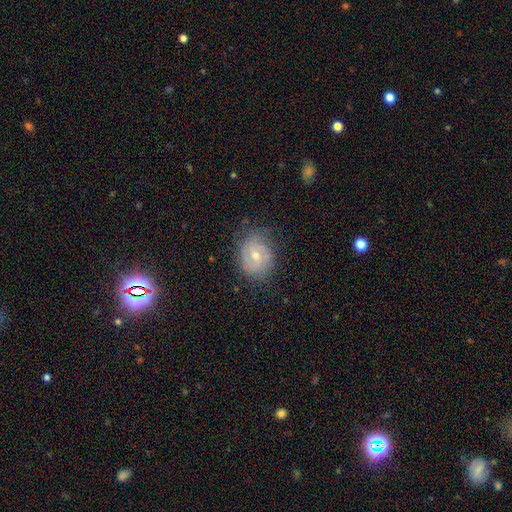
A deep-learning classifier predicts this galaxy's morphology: A featured or disk galaxy (66%) with no bar (50%), 2 (62%) tight (54%) spiral arms (84%) and a moderate central bulge (61%).

Vote fractions:
- Smooth or featured? featured or disk: 66% / smooth: 26% / star or artifact: 8%
- Edge-on disk? no: 97% / yes: 3%
- Bar? no: 50% / weak: 42% / strong: 8%
- Spiral arms? yes: 84% / no: 16%
- Spiral winding? tight: 54% / medium: 34% / loose: 11%
- Spiral arm count? 2: 62% / can't tell: 23% / 3: 6% / 1: 5% / 4: 2% / more than 4: 2%
- Bulge size? moderate: 61% / small: 34% / large: 2% / none: 1% / dominant: 1%
- Merging? none: 73% / minor disturbance: 19% / major disturbance: 6% / merger: 1%